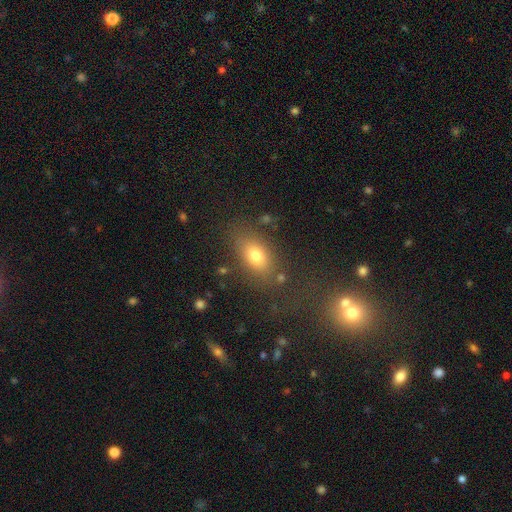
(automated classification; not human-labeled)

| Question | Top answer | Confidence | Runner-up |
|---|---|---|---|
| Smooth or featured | smooth | 74% | featured or disk (14%) |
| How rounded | in between | 82% | round (14%) |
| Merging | none | 76% | minor disturbance (13%) |